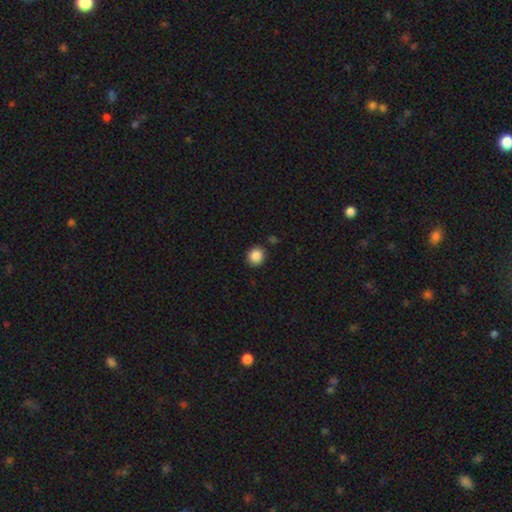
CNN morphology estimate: Smooth or featured?
  - smooth: 87% *
  - star or artifact: 9%
  - featured or disk: 4%
How rounded?
  - round: 88% *
  - in between: 12%
  - cigar-shaped: 1%
Merging?
  - none: 89% *
  - minor disturbance: 7%
  - merger: 2%
  - major disturbance: 2%